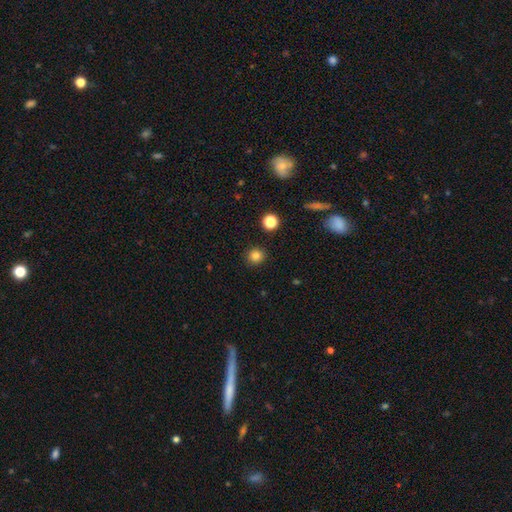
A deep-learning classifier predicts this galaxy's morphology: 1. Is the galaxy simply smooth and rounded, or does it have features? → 82% smooth, 13% star or artifact, 5% featured or disk.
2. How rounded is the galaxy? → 90% round, 9% in between, 1% cigar-shaped.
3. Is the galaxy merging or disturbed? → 91% none, 6% minor disturbance, 2% major disturbance, 2% merger.